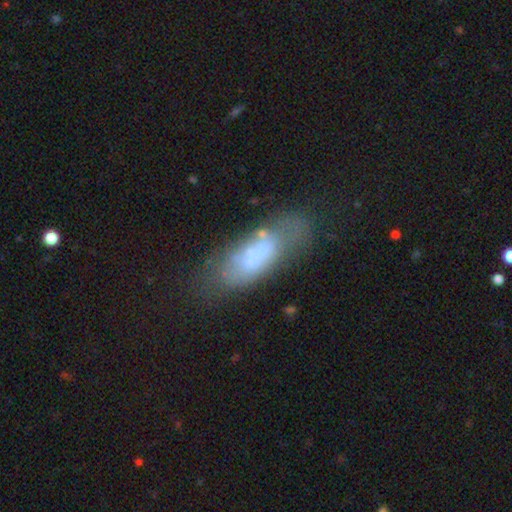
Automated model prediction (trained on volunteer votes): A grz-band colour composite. It shows a smooth galaxy with no disk features (54%) that is in between round and cigar-shaped (71%). Merging: none (50%).